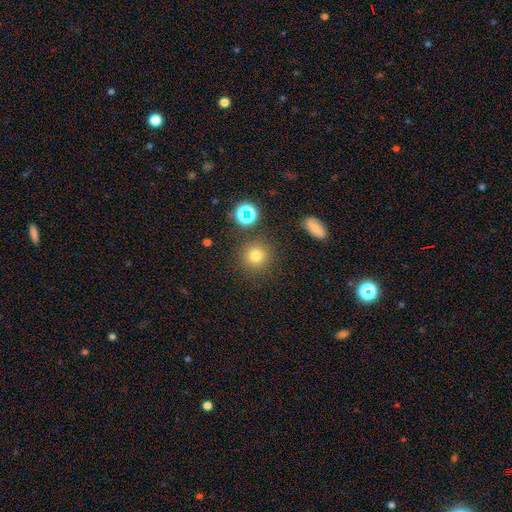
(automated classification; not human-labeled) Overall: smooth (74%). How rounded: round (92%). Merging: none (86%).